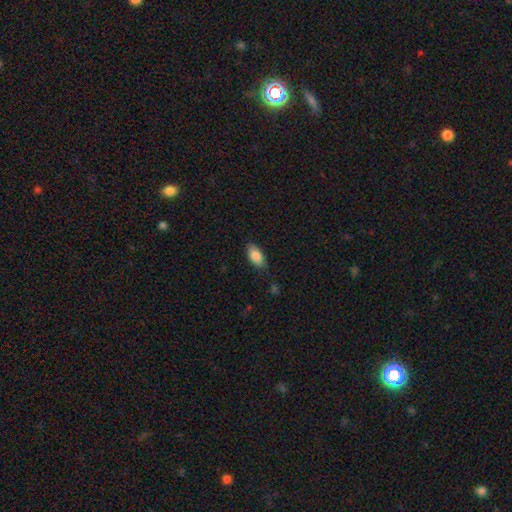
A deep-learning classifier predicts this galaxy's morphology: smooth_or_featured: smooth (p=0.86) [alt: featured or disk p=0.08]
how_rounded: in between (p=0.91) [alt: cigar-shaped p=0.06]
merging: none (p=0.83) [alt: minor disturbance p=0.13]